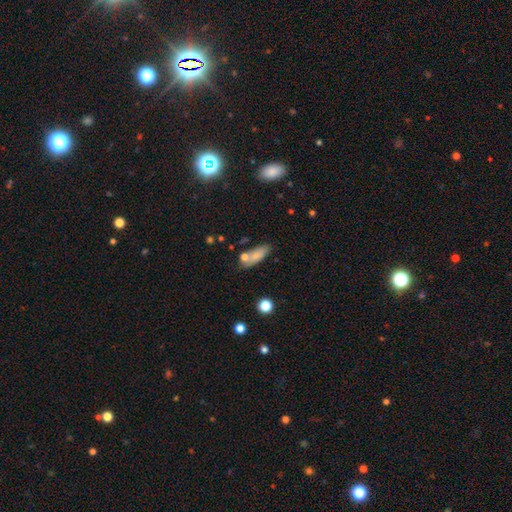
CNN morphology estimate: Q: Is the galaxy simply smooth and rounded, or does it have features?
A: smooth — 77%.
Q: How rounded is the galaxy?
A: in between — 71%.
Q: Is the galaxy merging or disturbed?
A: none — 66%.